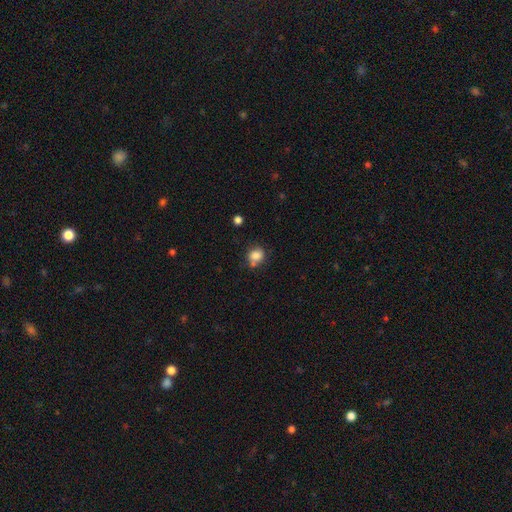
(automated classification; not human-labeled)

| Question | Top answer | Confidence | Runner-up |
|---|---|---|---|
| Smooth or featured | smooth | 82% | star or artifact (11%) |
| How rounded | round | 69% | in between (30%) |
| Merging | none | 58% | minor disturbance (20%) |